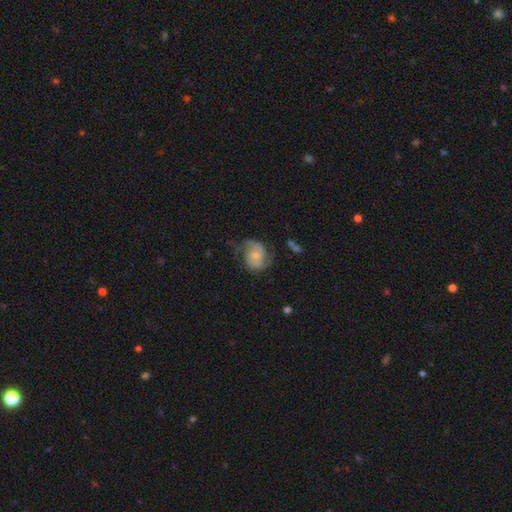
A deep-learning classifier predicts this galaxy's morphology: The model was most divided on "smooth or featured": featured or disk: 57%, smooth: 36%, star or artifact: 8%. More confident: edge-on disk — no (97%); spiral arms — yes (84%); bar — no (64%); bulge size — small (54%); merging — none (52%).